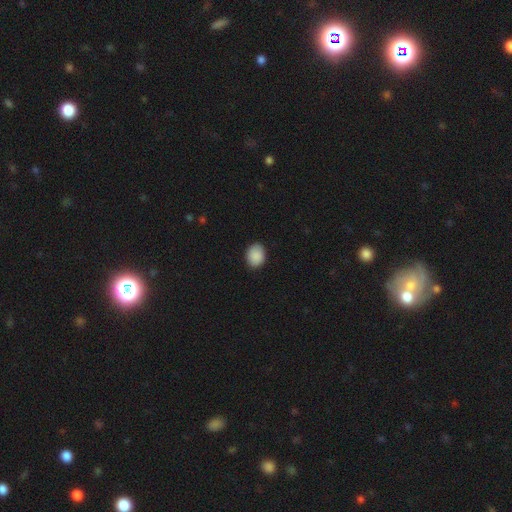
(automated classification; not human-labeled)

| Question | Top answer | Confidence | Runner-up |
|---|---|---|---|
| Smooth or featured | smooth | 89% | star or artifact (7%) |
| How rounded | in between | 50% | round (49%) |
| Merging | none | 85% | minor disturbance (12%) |